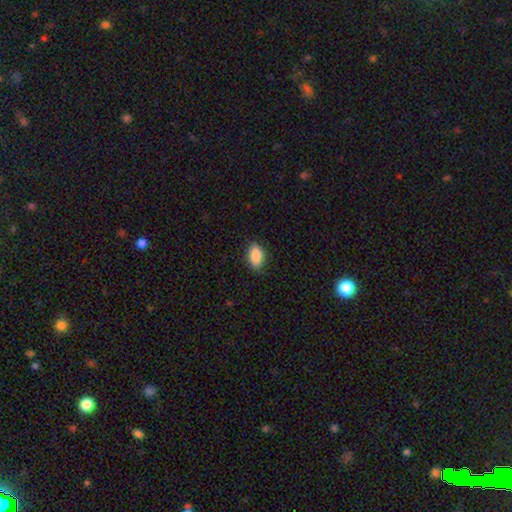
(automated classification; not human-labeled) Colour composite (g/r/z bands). It shows a smooth galaxy with no disk features (87%) that is in between round and cigar-shaped (91%). Merging: none (84%).